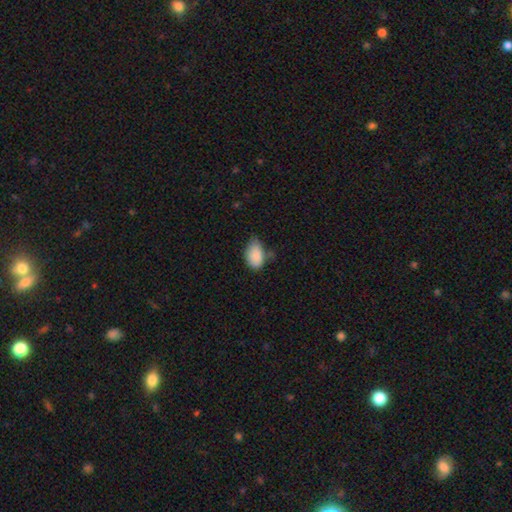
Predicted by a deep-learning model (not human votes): This appears to be a smooth galaxy with no disk features (86%) that is in between round and cigar-shaped (89%). Merging: minor disturbance (44%).